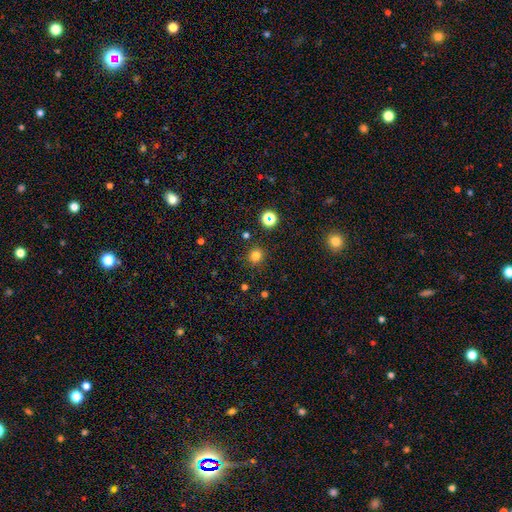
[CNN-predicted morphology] Smooth or featured: smooth — 77% (star or artifact — 18%)
How rounded: round — 89% (in between — 10%)
Merging: none — 87% (minor disturbance — 8%)